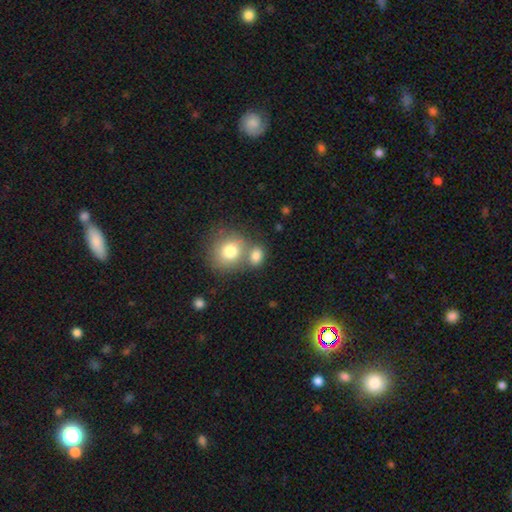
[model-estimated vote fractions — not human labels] Smooth or featured?
  - smooth: 80% *
  - featured or disk: 10%
  - star or artifact: 10%
How rounded?
  - in between: 52% *
  - round: 47%
  - cigar-shaped: 2%
Merging?
  - merger: 44% *
  - none: 41%
  - minor disturbance: 10%
  - major disturbance: 4%